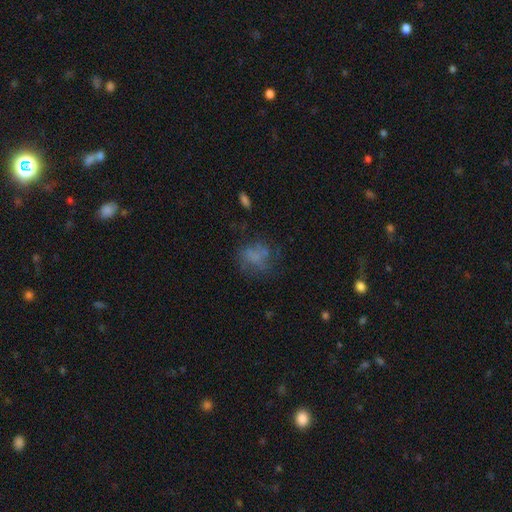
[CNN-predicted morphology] This appears to be a smooth galaxy with no disk features (52%) that is round (61%). Merging: none (52%).